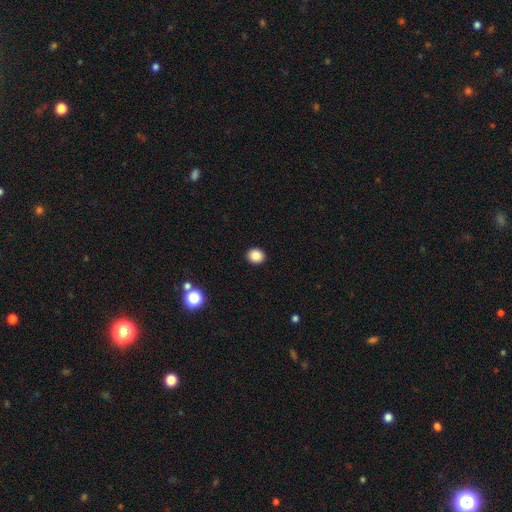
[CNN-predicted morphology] Overall: smooth (86%). How rounded: round (72%). Merging: none (92%).